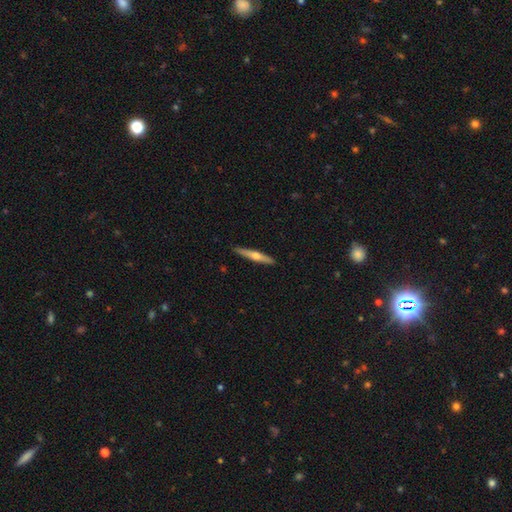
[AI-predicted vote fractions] Smooth or featured? featured or disk (57%)
Edge-on disk? yes (97%)
Edge-on bulge? rounded (90%)
Merging? none (90%)